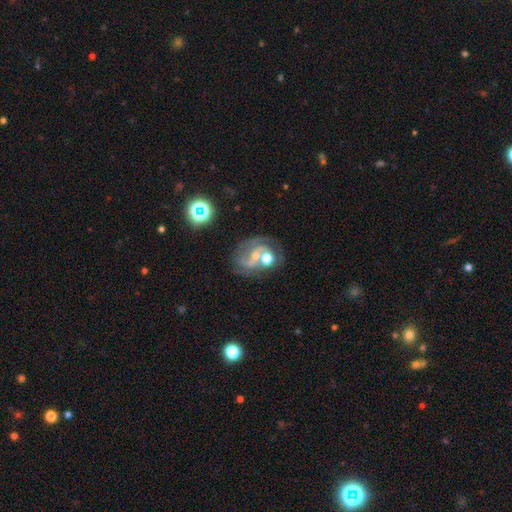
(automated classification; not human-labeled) Smooth or featured? featured or disk (68%)
Edge-on disk? no (97%)
Bar? no (47%)
Spiral arms? yes (84%)
Spiral winding? medium (47%)
Spiral arm count? 2 (59%)
Bulge size? moderate (49%)
Merging? none (45%)